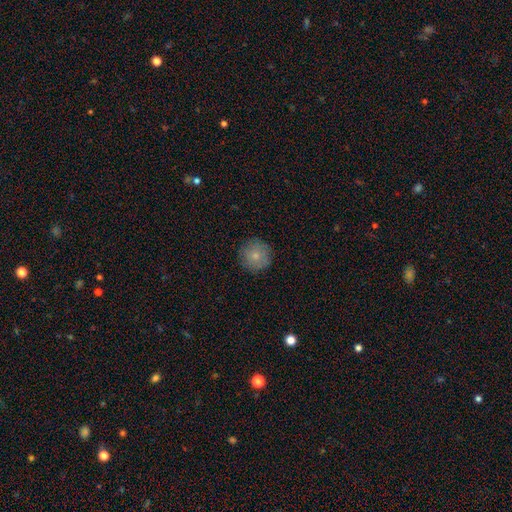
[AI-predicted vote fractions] smooth-or-featured: smooth: 79% | featured or disk: 12% | star or artifact: 9%
  how-rounded: round: 95% | in between: 4% | cigar-shaped: 1%
  merging: none: 88% | minor disturbance: 9% | major disturbance: 2% | merger: 1%